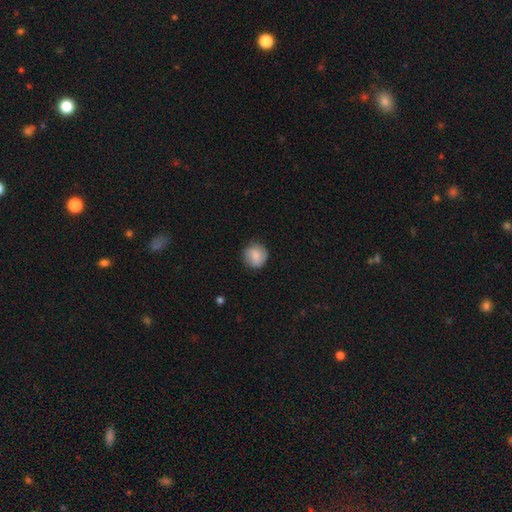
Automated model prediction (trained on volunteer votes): A smooth galaxy with no disk features (81%) that is round (91%).

Vote fractions:
- Smooth or featured? smooth: 81% / featured or disk: 11% / star or artifact: 8%
- How rounded? round: 91% / in between: 8% / cigar-shaped: 1%
- Merging? none: 83% / minor disturbance: 13% / major disturbance: 3% / merger: 1%